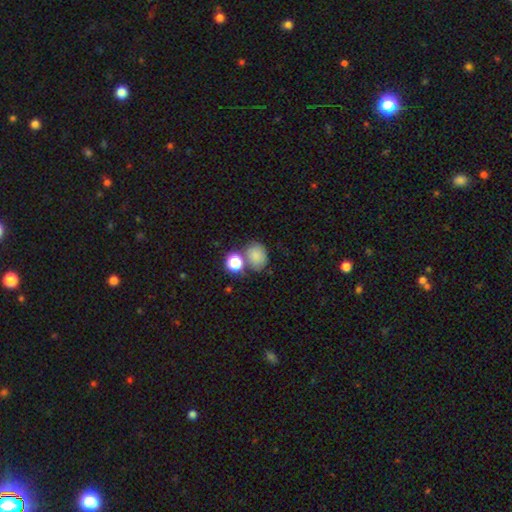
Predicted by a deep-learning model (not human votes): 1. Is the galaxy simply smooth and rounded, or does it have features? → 79% smooth, 12% star or artifact, 9% featured or disk.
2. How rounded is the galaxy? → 51% in between, 48% round, 1% cigar-shaped.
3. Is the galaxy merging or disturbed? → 51% none, 27% merger, 15% minor disturbance, 6% major disturbance.